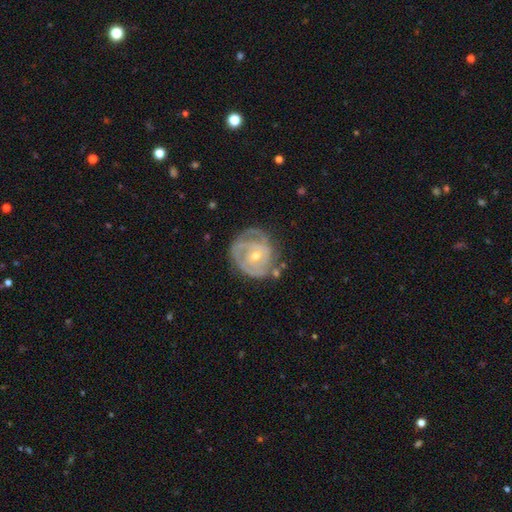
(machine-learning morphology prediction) Overall: featured or disk (85%). Edge-on disk: no (98%). Bar: no (61%; weak 31%). Spiral arms: yes (93%). Spiral arm count: 2 (39%; can't tell 26%). Spiral winding: tight (74%). Bulge size: small (50%; moderate 47%). Merging: none (65%).